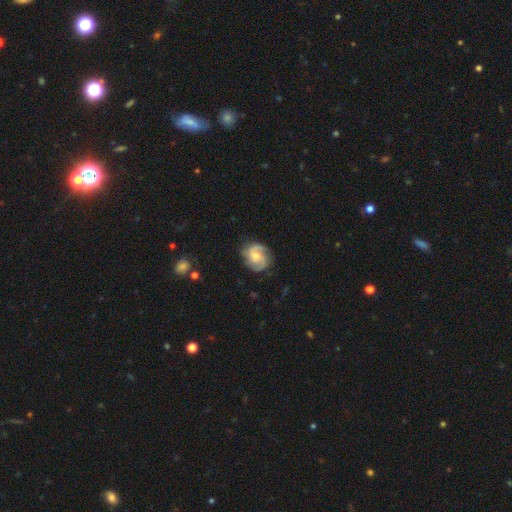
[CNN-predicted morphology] smooth_or_featured: featured or disk (p=0.81) [alt: smooth p=0.14]
disk_edge_on: no (p=0.98) [alt: yes p=0.02]
bar: no (p=0.63) [alt: weak p=0.32]
has_spiral_arms: yes (p=0.97) [alt: no p=0.03]
spiral_winding: medium (p=0.49) [alt: tight p=0.33]
spiral_arm_count: 2 (p=0.59) [alt: 3 p=0.25]
bulge_size: moderate (p=0.47) [alt: small p=0.40]
merging: none (p=0.77) [alt: minor disturbance p=0.16]